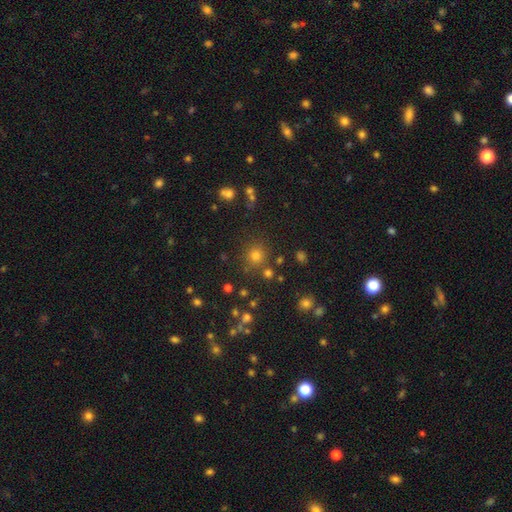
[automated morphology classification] A smooth galaxy with no disk features (70%) that is round (92%). Merging: none (83%).